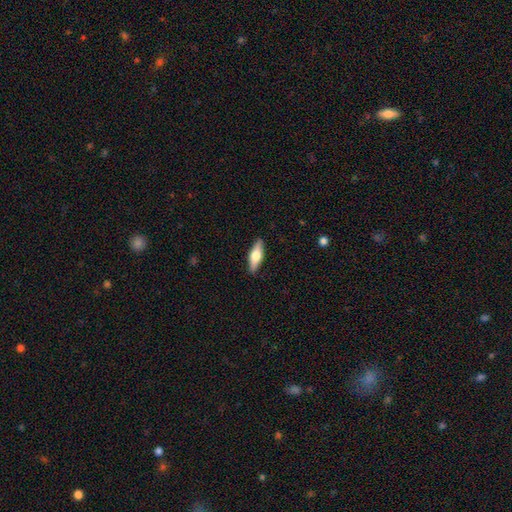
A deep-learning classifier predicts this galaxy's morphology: smooth-or-featured: smooth: 52% | featured or disk: 42% | star or artifact: 6%
  how-rounded: in between: 54% | cigar-shaped: 43% | round: 3%
  merging: none: 89% | minor disturbance: 8% | major disturbance: 2% | merger: 1%